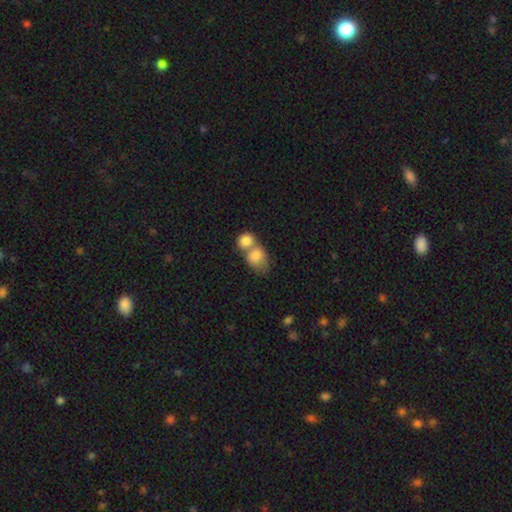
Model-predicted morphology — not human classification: smooth_or_featured: smooth (p=0.81) [alt: featured or disk p=0.11]
how_rounded: in between (p=0.58) [alt: round p=0.40]
merging: merger (p=0.70) [alt: none p=0.19]